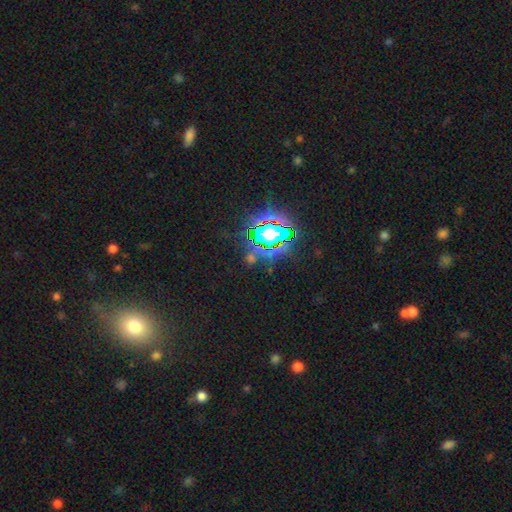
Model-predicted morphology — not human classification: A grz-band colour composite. It shows a star or artifact, not a galaxy (74%).